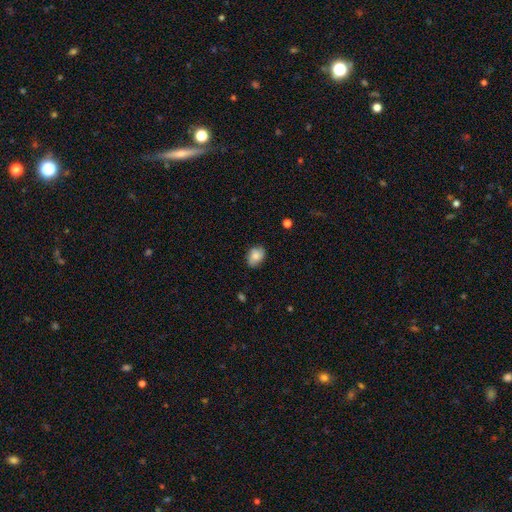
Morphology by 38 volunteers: A smooth galaxy with no disk features (68%) that is in between round and cigar-shaped (65%).

Vote fractions:
- Smooth or featured? smooth: 68% / featured or disk: 24% / star or artifact: 8%
- How rounded? in between: 65% / round: 27% / cigar-shaped: 8%
- Merging? none: 69% / minor disturbance: 20% / major disturbance: 9% / merger: 3%